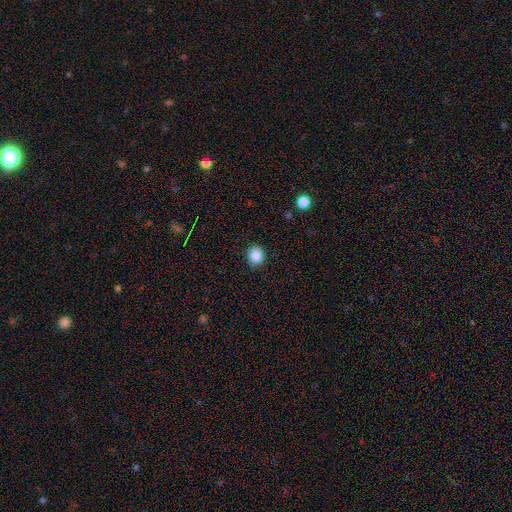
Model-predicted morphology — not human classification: Q: Smooth or featured?
A: smooth (86%); runner-up: star or artifact (10%)
Q: How rounded?
A: round (82%); runner-up: in between (17%)
Q: Merging?
A: none (89%); runner-up: minor disturbance (8%)